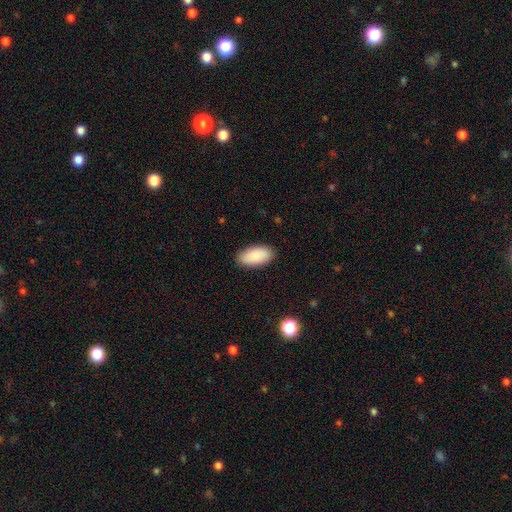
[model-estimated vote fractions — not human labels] Smooth or featured?
  - smooth: 88% *
  - featured or disk: 6%
  - star or artifact: 6%
How rounded?
  - in between: 95% *
  - cigar-shaped: 3%
  - round: 2%
Merging?
  - none: 88% *
  - minor disturbance: 9%
  - major disturbance: 2%
  - merger: 1%